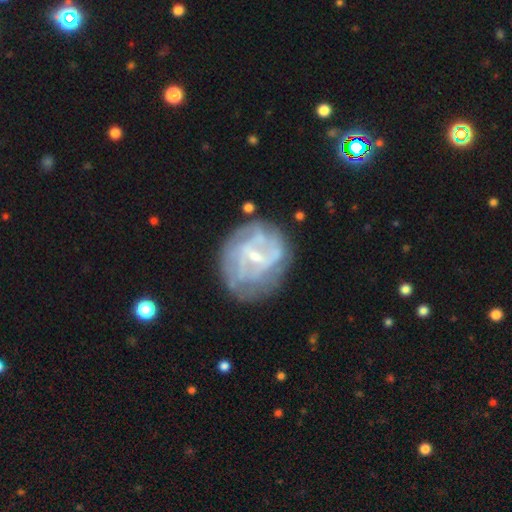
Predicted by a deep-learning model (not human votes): This appears to be a featured or disk galaxy (73%) with a weak bar (51%), spiral arms (65%) and a small central bulge (66%). Merging: none (62%).